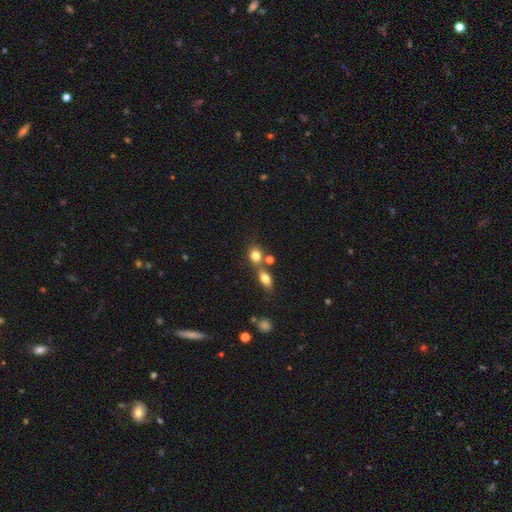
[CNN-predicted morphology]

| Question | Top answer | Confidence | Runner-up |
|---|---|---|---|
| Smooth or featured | smooth | 79% | star or artifact (11%) |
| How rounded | round | 59% | in between (39%) |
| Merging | none | 45% | merger (41%) |